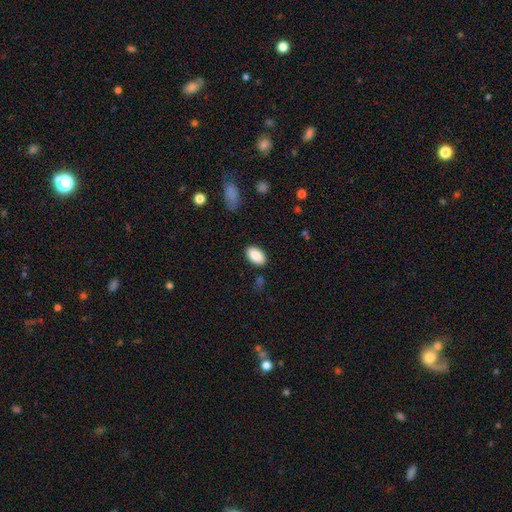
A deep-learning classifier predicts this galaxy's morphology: type=smooth (88%); roundness=in between (94%); merging=none (85%).